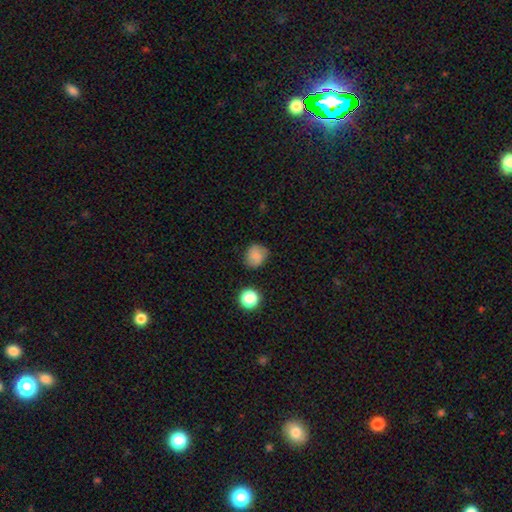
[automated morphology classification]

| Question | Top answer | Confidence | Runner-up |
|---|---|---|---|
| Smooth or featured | smooth | 76% | featured or disk (13%) |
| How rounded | round | 73% | in between (26%) |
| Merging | none | 76% | minor disturbance (18%) |